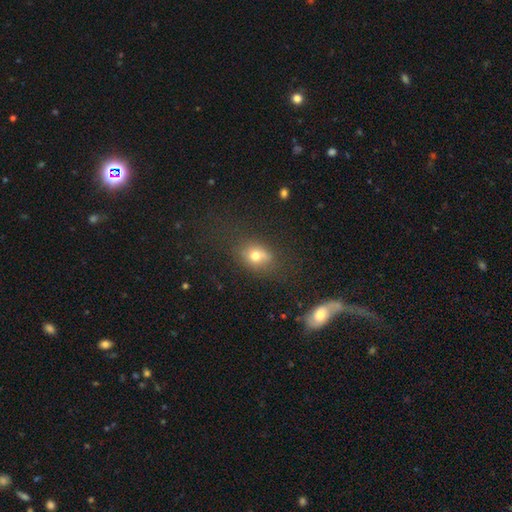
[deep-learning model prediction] Smooth or featured?
  - smooth: 71% *
  - star or artifact: 15%
  - featured or disk: 14%
How rounded?
  - in between: 57% *
  - round: 41%
  - cigar-shaped: 3%
Merging?
  - none: 69% *
  - minor disturbance: 18%
  - major disturbance: 9%
  - merger: 3%